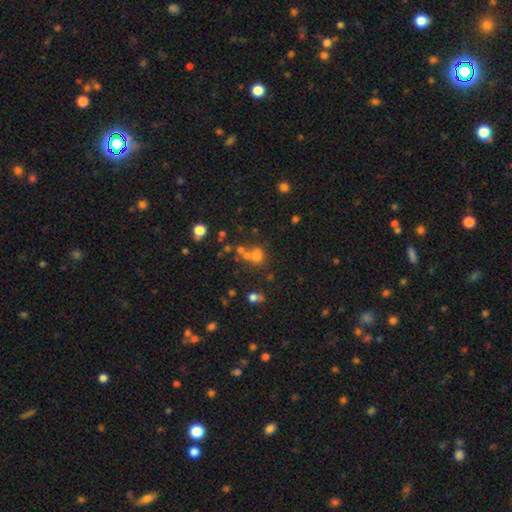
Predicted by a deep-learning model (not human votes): Smooth or featured? Predicted: smooth (p=0.61). How rounded? Predicted: round (p=0.66). Merging? Predicted: merger (p=0.41, tied with none).